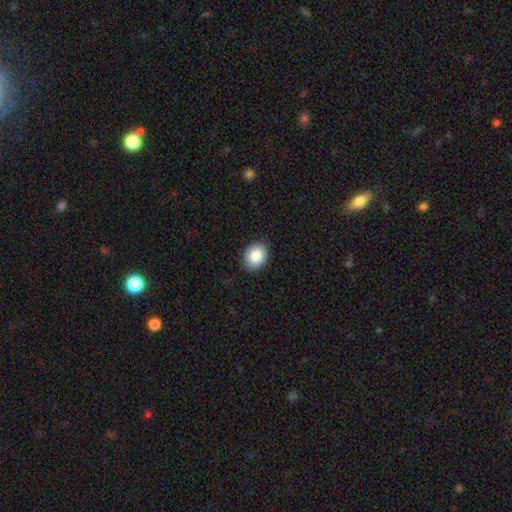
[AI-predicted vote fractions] A smooth galaxy with no disk features (87%) that is in between round and cigar-shaped (58%). Merging: none (87%).